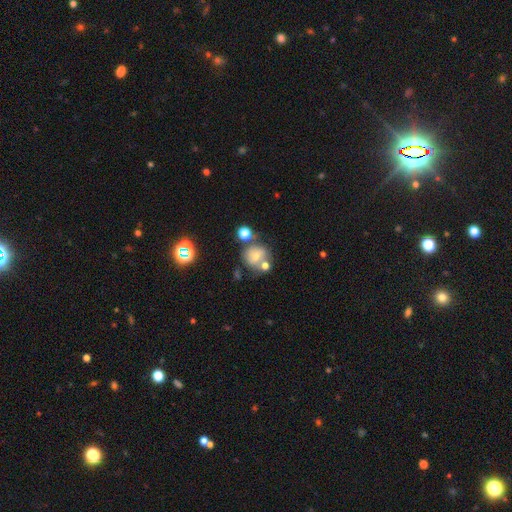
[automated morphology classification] Smooth or featured: smooth — 62% (featured or disk — 23%)
How rounded: round — 81% (in between — 18%)
Merging: none — 51% (merger — 25%)